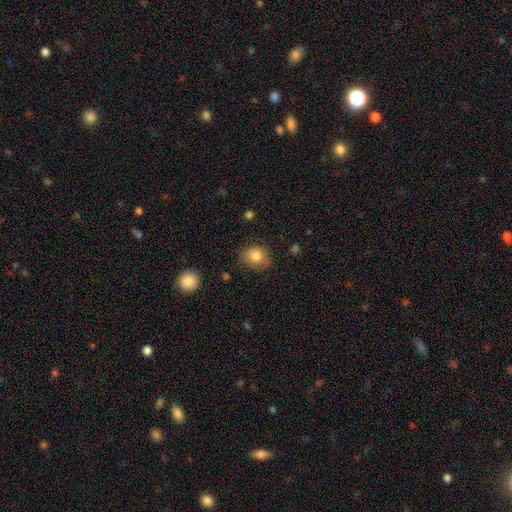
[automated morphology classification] Smooth or featured?
  - smooth: 83% *
  - star or artifact: 9%
  - featured or disk: 8%
How rounded?
  - round: 73% *
  - in between: 26%
  - cigar-shaped: 1%
Merging?
  - none: 76% *
  - minor disturbance: 17%
  - major disturbance: 5%
  - merger: 1%